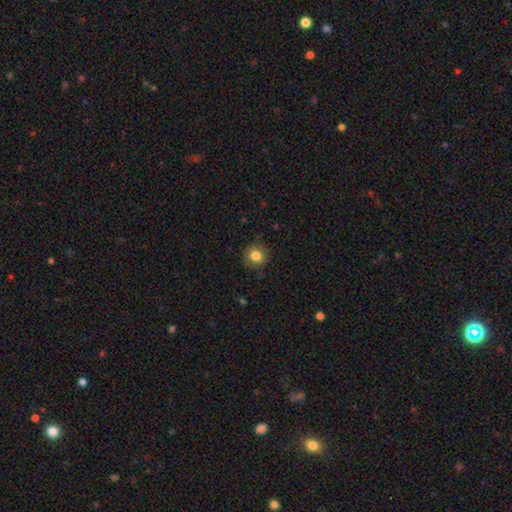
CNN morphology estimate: type=smooth (82%); roundness=round (90%); merging=none (86%).